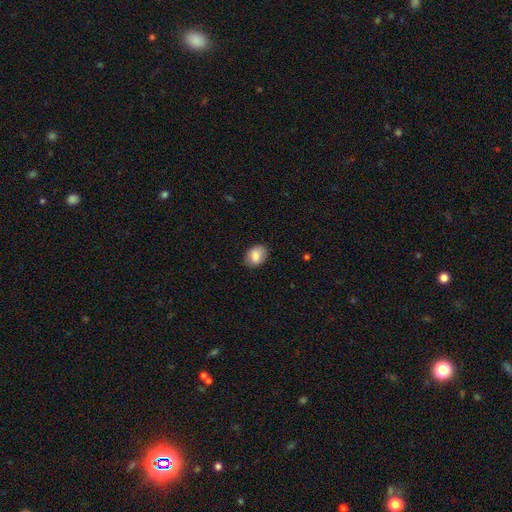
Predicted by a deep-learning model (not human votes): smooth 84%, featured or disk 8%, star or artifact 7%. Down the decision tree: how rounded — in between (74%); merging — none (83%).